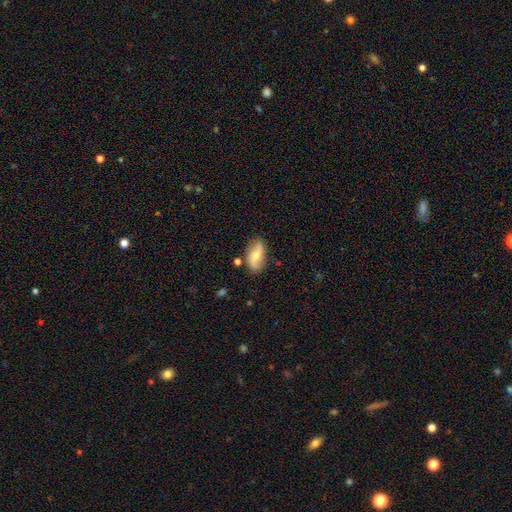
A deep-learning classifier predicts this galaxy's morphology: The model was most divided on "smooth or featured": featured or disk: 47%, smooth: 45%, star or artifact: 7%. More confident: merging — none (76%).